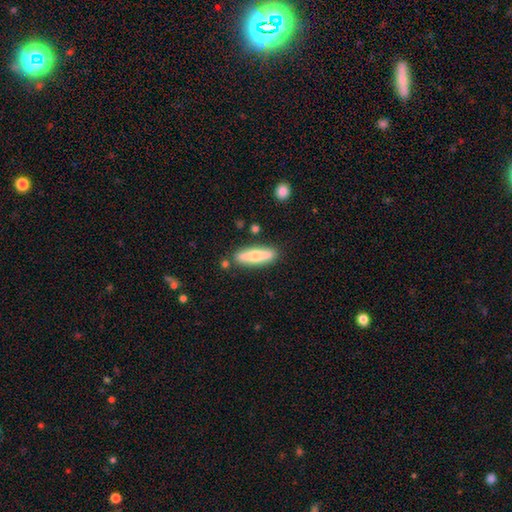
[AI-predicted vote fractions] Q: Smooth or featured?
A: smooth (65%); runner-up: featured or disk (29%)
Q: How rounded?
A: cigar-shaped (70%); runner-up: in between (28%)
Q: Merging?
A: none (83%); runner-up: minor disturbance (11%)